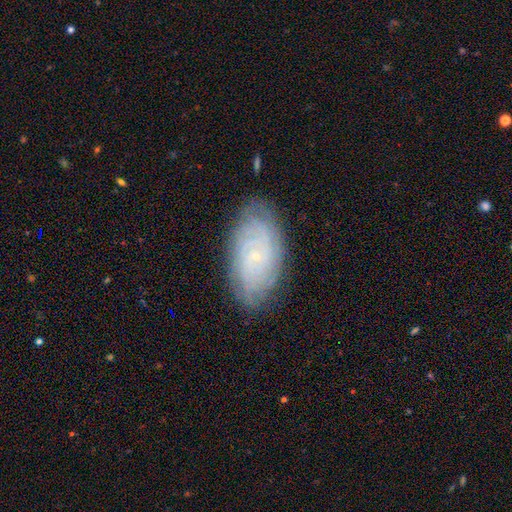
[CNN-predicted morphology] A featured or disk galaxy (75%) with no bar (77%), tight (79%) spiral arms (94%) and a small central bulge (87%). Merging: none (81%).